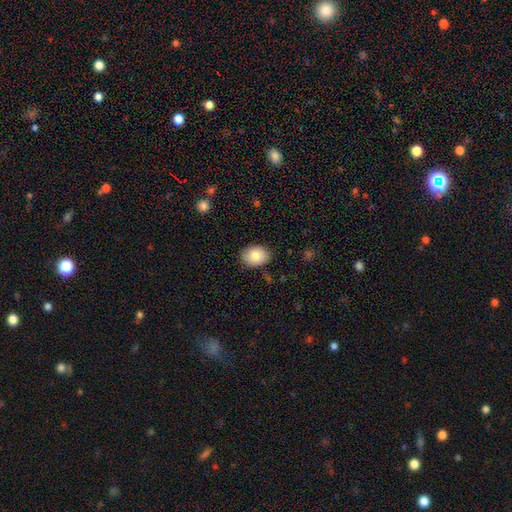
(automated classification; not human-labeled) Morphology: type=smooth (85%); roundness=in between (74%); merging=none (86%).